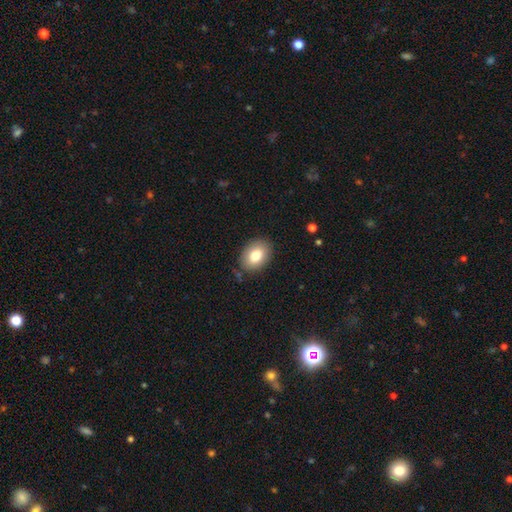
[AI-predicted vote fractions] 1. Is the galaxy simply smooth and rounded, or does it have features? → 80% smooth, 12% featured or disk, 8% star or artifact.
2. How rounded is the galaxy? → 76% in between, 23% round, 1% cigar-shaped.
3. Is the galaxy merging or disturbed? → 85% none, 11% minor disturbance, 3% major disturbance, 2% merger.